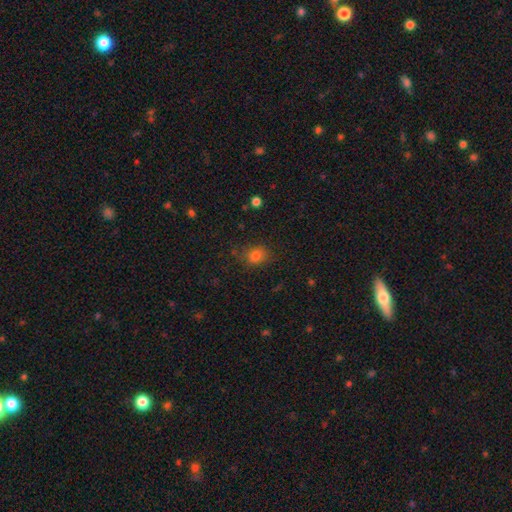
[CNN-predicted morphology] Smooth or featured? smooth (80%)
How rounded? round (55%)
Merging? none (74%)